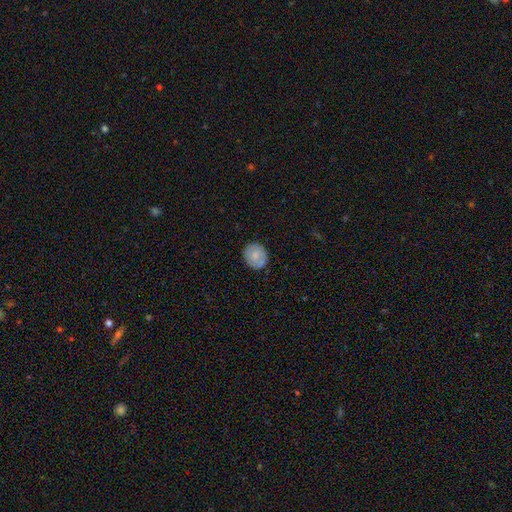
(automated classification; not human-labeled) Smooth or featured?
  - smooth: 73% *
  - featured or disk: 20%
  - star or artifact: 7%
How rounded?
  - round: 80% *
  - in between: 19%
  - cigar-shaped: 1%
Merging?
  - none: 84% *
  - minor disturbance: 12%
  - major disturbance: 2%
  - merger: 1%